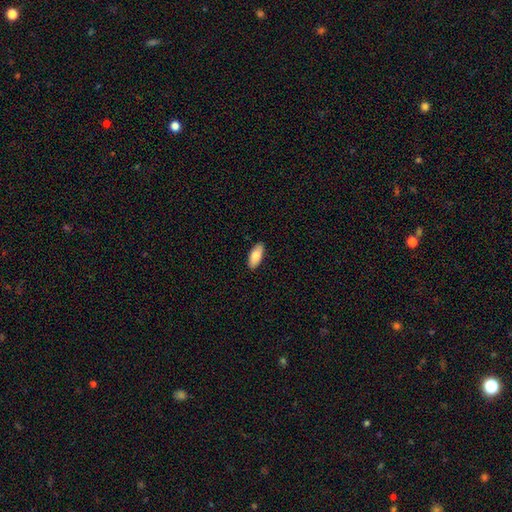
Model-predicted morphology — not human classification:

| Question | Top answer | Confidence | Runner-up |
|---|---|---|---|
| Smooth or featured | smooth | 83% | featured or disk (11%) |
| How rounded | in between | 87% | cigar-shaped (11%) |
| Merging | none | 90% | minor disturbance (8%) |